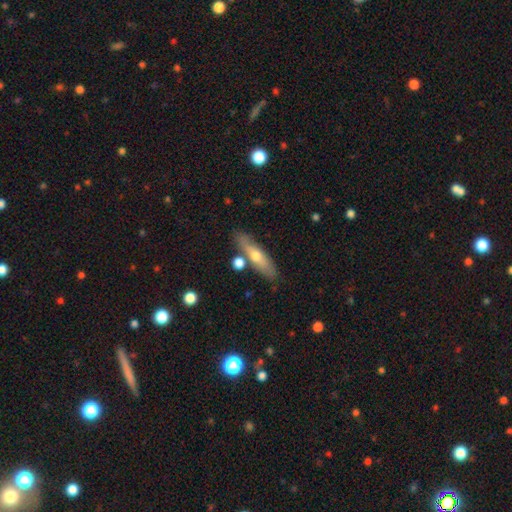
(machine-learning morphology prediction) A smooth galaxy with no disk features (52%) that is cigar-shaped (72%).

Vote fractions:
- Smooth or featured? smooth: 52% / featured or disk: 41% / star or artifact: 7%
- How rounded? cigar-shaped: 72% / in between: 25% / round: 3%
- Merging? none: 76% / minor disturbance: 12% / merger: 8% / major disturbance: 3%